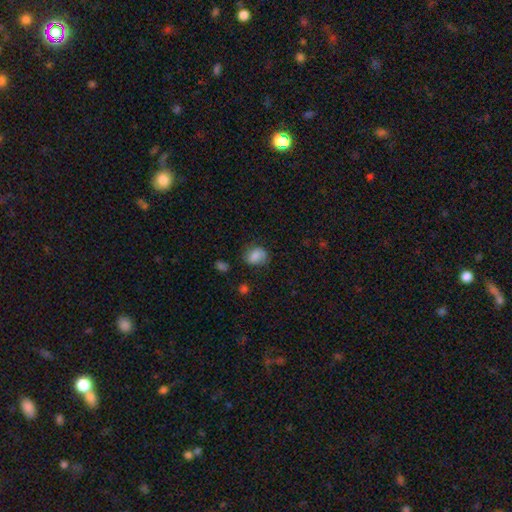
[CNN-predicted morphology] Q: Smooth or featured?
A: smooth (75%); runner-up: featured or disk (16%)
Q: How rounded?
A: in between (53%); runner-up: round (46%)
Q: Merging?
A: none (63%); runner-up: minor disturbance (26%)